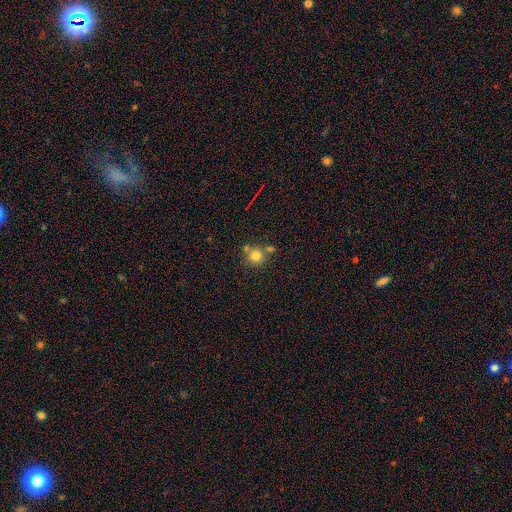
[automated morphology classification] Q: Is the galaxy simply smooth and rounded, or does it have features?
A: smooth — 78%.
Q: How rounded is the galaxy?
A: round — 92%.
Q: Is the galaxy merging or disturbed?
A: none — 67%.